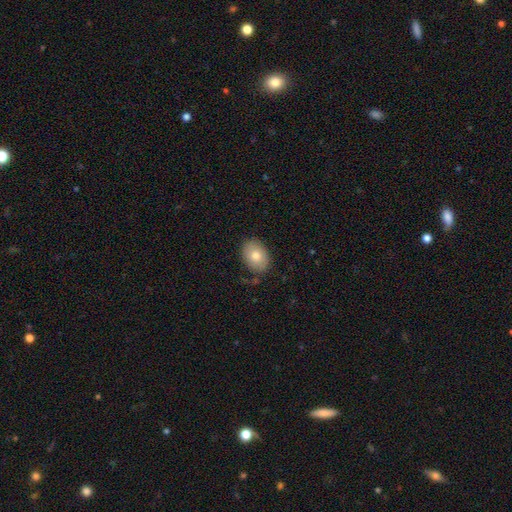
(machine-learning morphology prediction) smooth_or_featured: smooth (p=0.78) [alt: featured or disk p=0.15]
how_rounded: in between (p=0.73) [alt: round p=0.26]
merging: none (p=0.81) [alt: minor disturbance p=0.14]